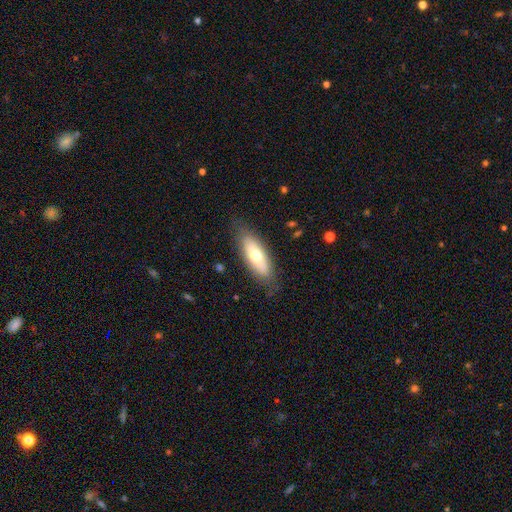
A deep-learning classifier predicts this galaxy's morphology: This appears to be a smooth galaxy with no disk features (59%) that is in between round and cigar-shaped (73%). Merging: none (77%).